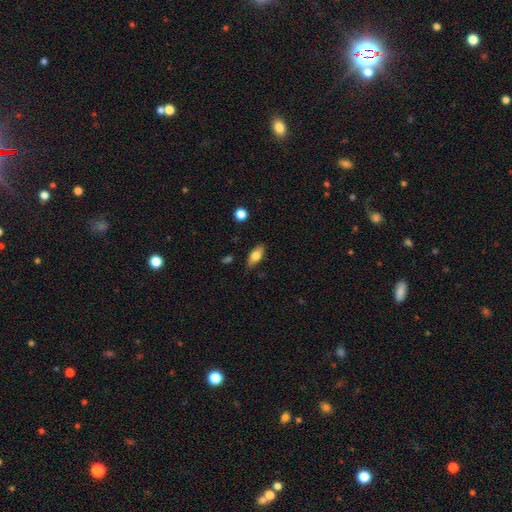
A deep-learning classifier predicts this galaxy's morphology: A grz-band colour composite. It shows a smooth galaxy with no disk features (72%) that is in between round and cigar-shaped (80%). Merging: none (81%).